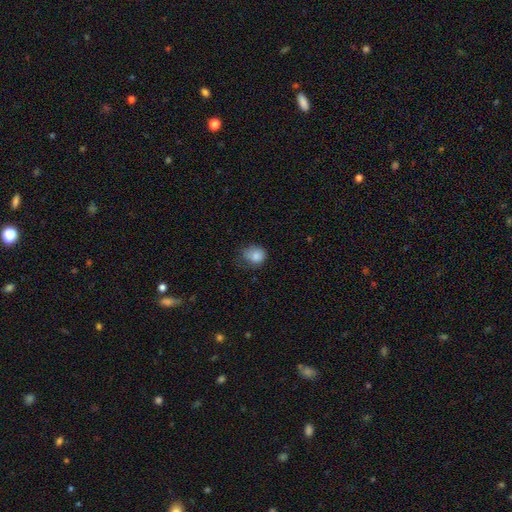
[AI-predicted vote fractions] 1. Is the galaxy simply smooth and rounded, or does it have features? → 83% smooth, 10% star or artifact, 7% featured or disk.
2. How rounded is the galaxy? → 66% round, 33% in between, 1% cigar-shaped.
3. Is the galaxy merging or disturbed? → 49% none, 34% minor disturbance, 14% major disturbance, 2% merger.